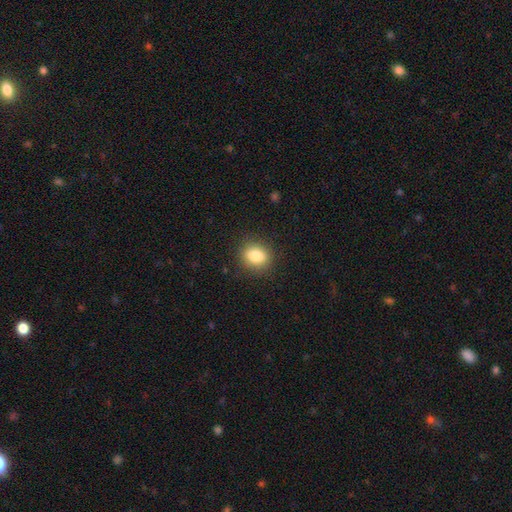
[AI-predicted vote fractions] The model was most divided on "how rounded": round: 61%, in between: 38%, cigar-shaped: 1%. More confident: merging — none (88%); smooth or featured — smooth (84%).